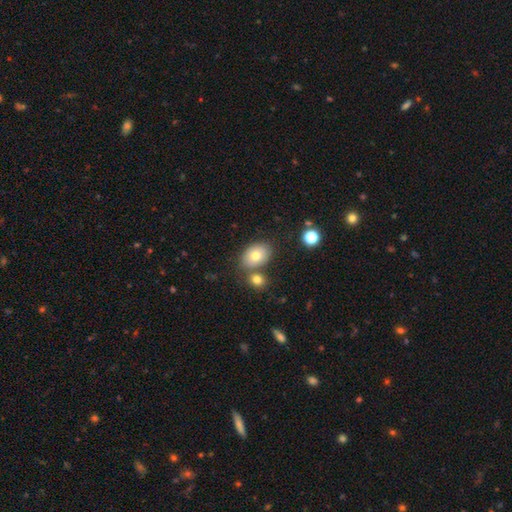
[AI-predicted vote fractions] A smooth galaxy with no disk features (75%) that is in between round and cigar-shaped (76%). Merging: none (65%).